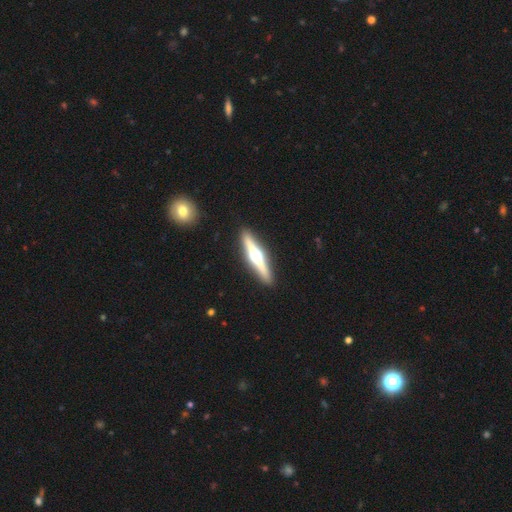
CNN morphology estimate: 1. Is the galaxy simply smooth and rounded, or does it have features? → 74% featured or disk, 21% smooth, 5% star or artifact.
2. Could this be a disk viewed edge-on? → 97% yes, 3% no.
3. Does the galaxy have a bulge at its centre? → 96% rounded, 2% boxy, 2% none.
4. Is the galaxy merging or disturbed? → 92% none, 6% minor disturbance, 1% major disturbance, 1% merger.